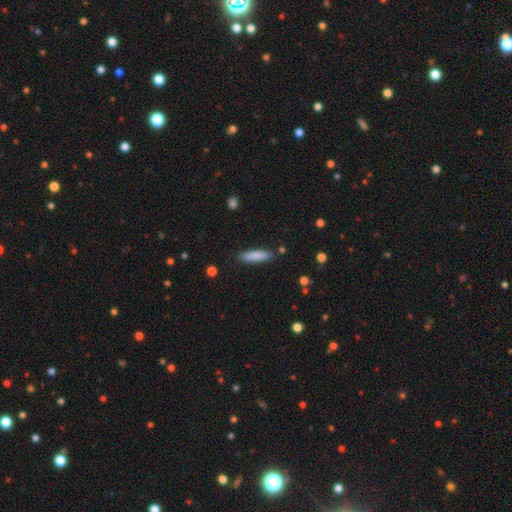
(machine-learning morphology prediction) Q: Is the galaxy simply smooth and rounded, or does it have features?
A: smooth — 83%.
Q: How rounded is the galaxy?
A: cigar-shaped — 76%.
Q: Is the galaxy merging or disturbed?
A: none — 86%.